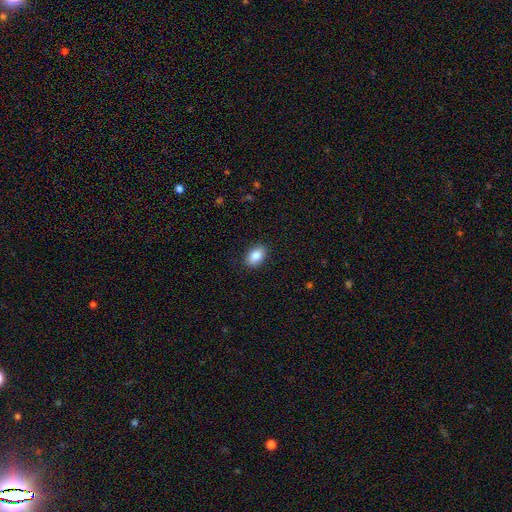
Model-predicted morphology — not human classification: smooth-or-featured: smooth: 87% | star or artifact: 7% | featured or disk: 6%
  how-rounded: in between: 86% | round: 13% | cigar-shaped: 1%
  merging: none: 89% | minor disturbance: 8% | major disturbance: 2% | merger: 1%